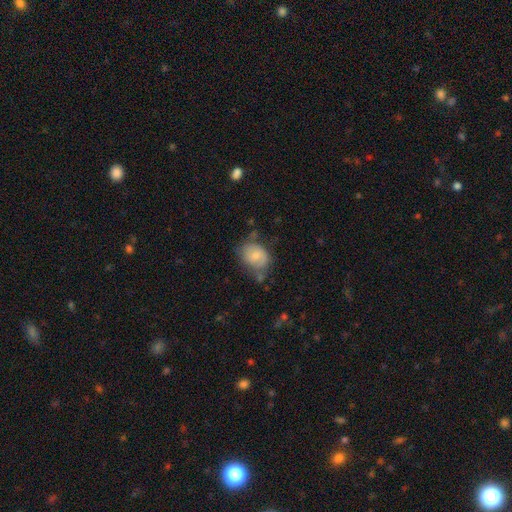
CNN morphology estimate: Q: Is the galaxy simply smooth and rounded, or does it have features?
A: smooth — 68%.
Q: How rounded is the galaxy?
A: in between — 58%.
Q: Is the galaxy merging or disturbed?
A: none — 50%.